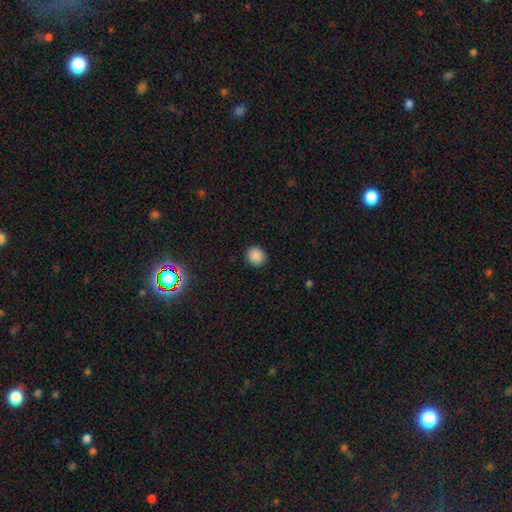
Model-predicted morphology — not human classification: This is clearly a smooth galaxy (88%). How rounded: clearly round (84%). Merging: clearly none (91%).